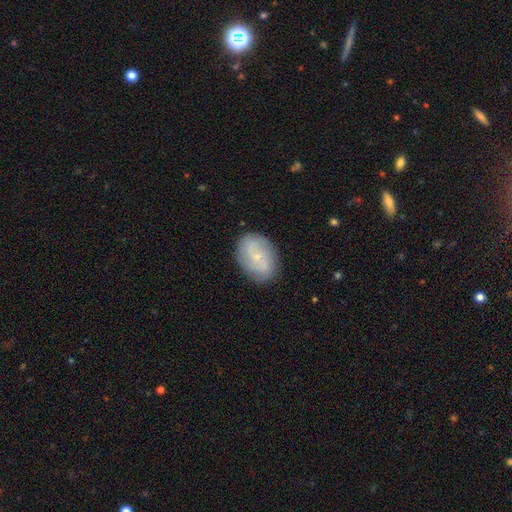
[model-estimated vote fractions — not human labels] smooth-or-featured: featured or disk: 63% | smooth: 30% | star or artifact: 7%
  disk-edge-on: no: 97% | yes: 3%
    bar: no: 49% | weak: 42% | strong: 9%
    has-spiral-arms: yes: 88% | no: 12%
      spiral-winding: medium: 40% | loose: 35% | tight: 24%
      spiral-arm-count: 2: 71% | can't tell: 16% | 3: 6% | 4: 3% | 1: 3% | more than 4: 2%
    bulge-size: small: 78% | moderate: 14% | none: 5% | large: 1% | dominant: 1%
  merging: none: 84% | minor disturbance: 12% | major disturbance: 3% | merger: 1%